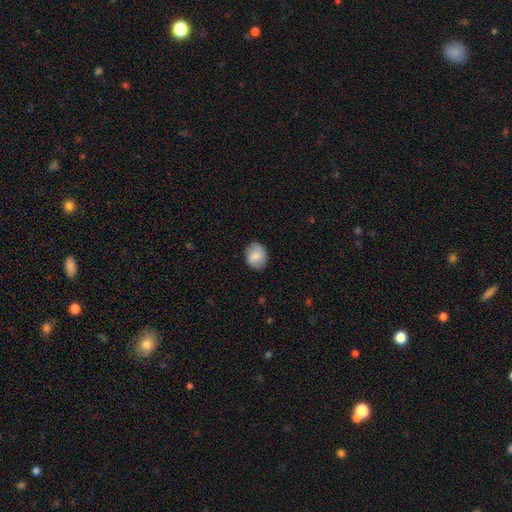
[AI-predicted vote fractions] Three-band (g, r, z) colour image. It shows a smooth galaxy with no disk features (81%) that is in between round and cigar-shaped (54%). Merging: none (84%).